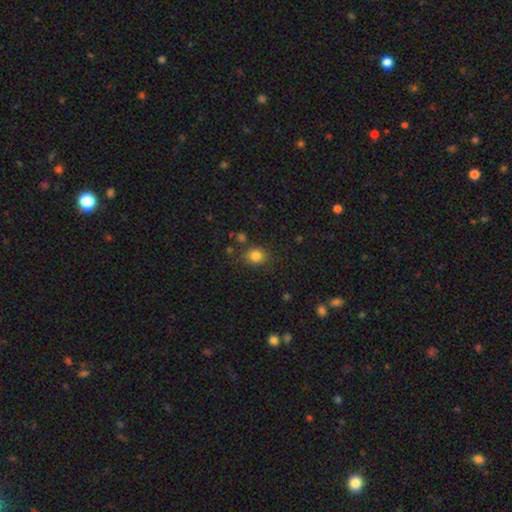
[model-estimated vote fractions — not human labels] This is clearly a smooth galaxy (82%). How rounded: likely round (74%). Merging: likely none (80%).